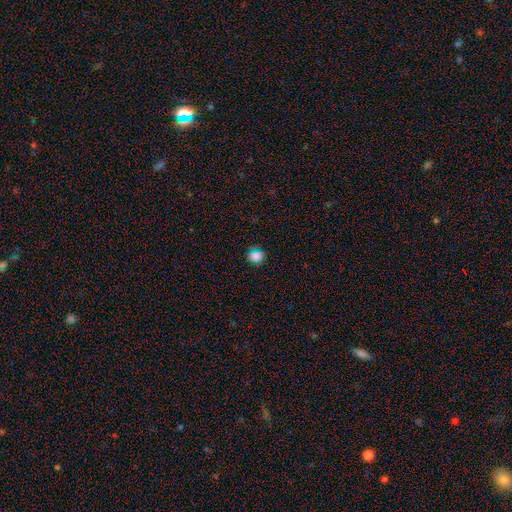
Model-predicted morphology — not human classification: Overall: smooth (75%). How rounded: round (79%). Merging: none (82%).